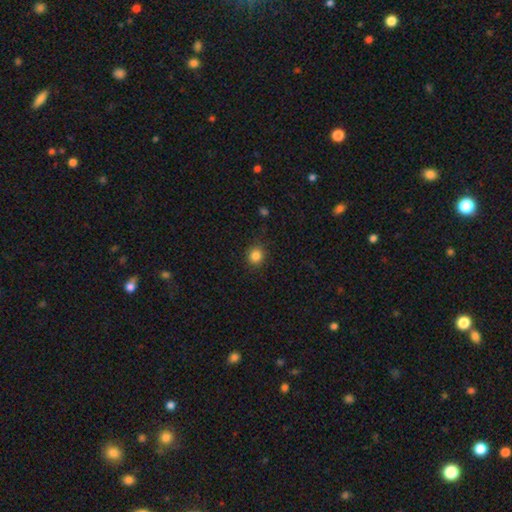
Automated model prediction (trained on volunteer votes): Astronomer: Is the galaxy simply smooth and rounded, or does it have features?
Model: smooth — 85%.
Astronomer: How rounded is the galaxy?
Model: round — 88%.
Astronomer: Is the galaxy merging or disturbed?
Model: none — 87%.